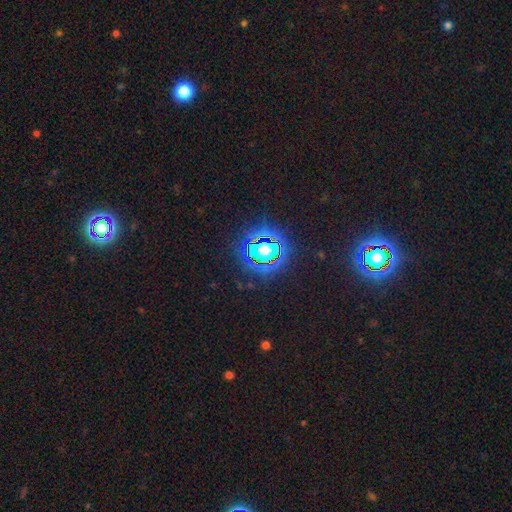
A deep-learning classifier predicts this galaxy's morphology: star or artifact 82%, smooth 12%, featured or disk 7%.